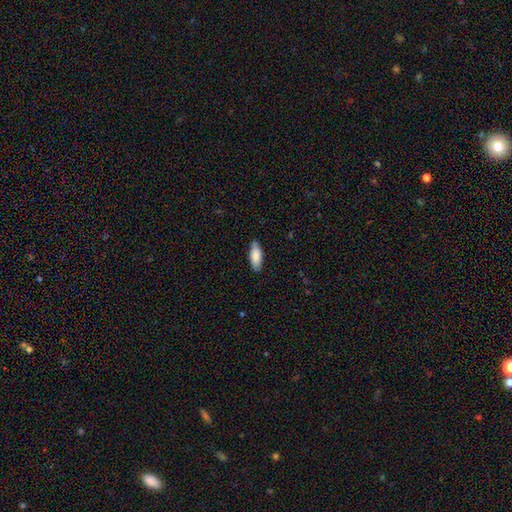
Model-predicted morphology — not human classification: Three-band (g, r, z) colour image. It shows a smooth galaxy with no disk features (86%) that is in between round and cigar-shaped (78%). Merging: none (81%).